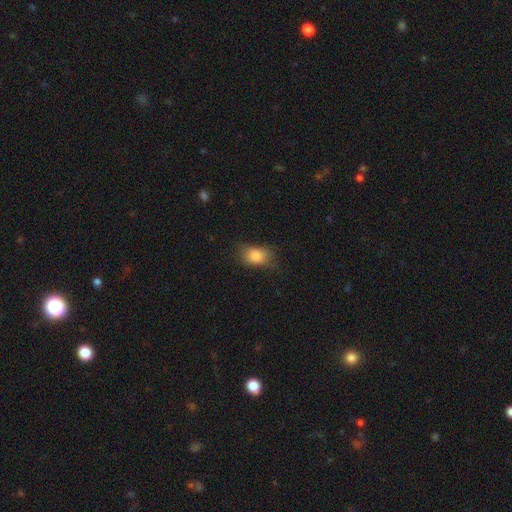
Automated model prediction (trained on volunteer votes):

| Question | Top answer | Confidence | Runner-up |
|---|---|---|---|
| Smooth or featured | smooth | 85% | star or artifact (9%) |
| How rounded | in between | 76% | round (23%) |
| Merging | none | 65% | minor disturbance (25%) |